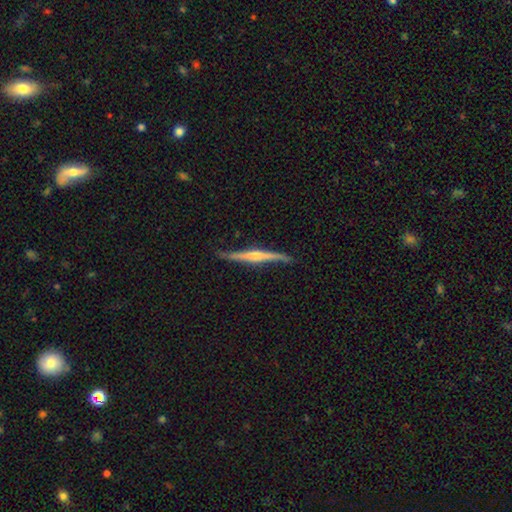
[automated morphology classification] Overall: featured or disk (74%). Edge-on disk: yes (95%). Edge-on bulge: rounded (66%). Merging: none (76%).